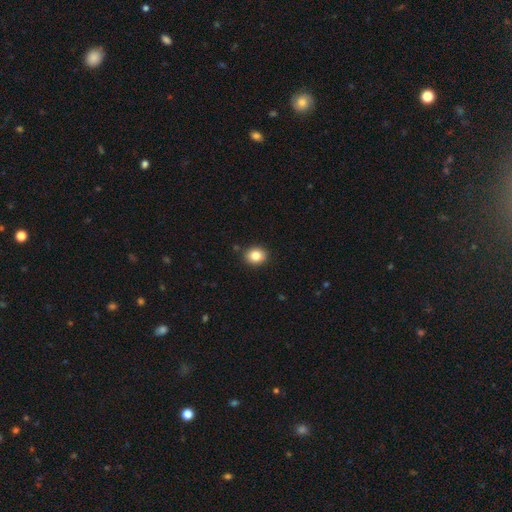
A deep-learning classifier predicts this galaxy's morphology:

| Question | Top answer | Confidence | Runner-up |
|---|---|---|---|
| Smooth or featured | smooth | 84% | star or artifact (10%) |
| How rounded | round | 61% | in between (38%) |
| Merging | none | 89% | minor disturbance (8%) |